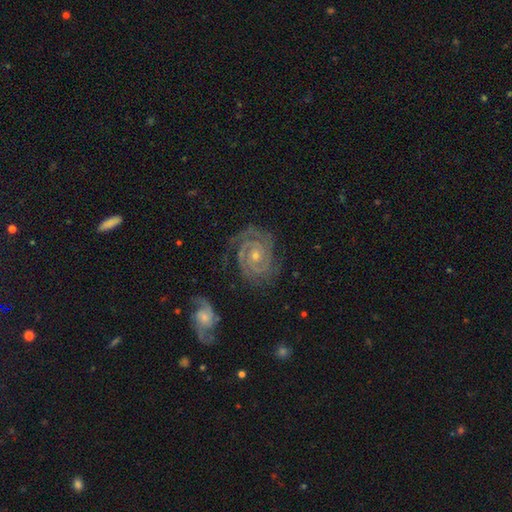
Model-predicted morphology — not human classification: Smooth or featured? Predicted: featured or disk (p=0.91). Edge-on disk? Predicted: no (p=0.98). Bar? Predicted: no (p=0.71). Spiral arms? Predicted: yes (p=0.98). Spiral winding? Predicted: tight (p=0.78). Spiral arm count? Predicted: 2 (p=0.58). Bulge size? Predicted: small (p=0.57). Merging? Predicted: none (p=0.77).